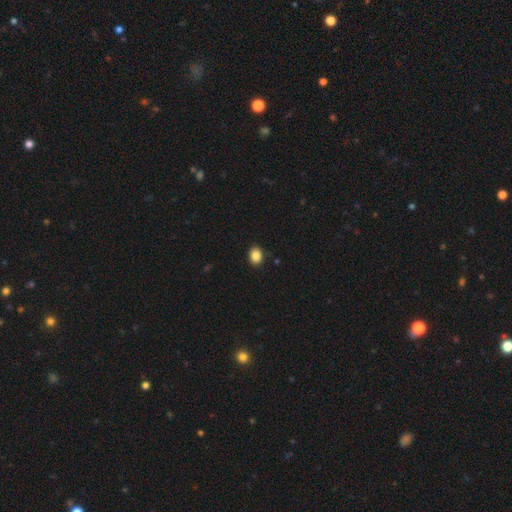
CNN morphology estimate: This is clearly a smooth galaxy (87%). How rounded: likely in between (61%). Merging: clearly none (90%).